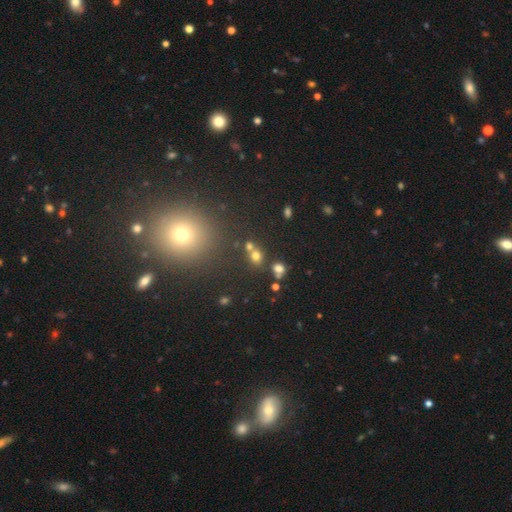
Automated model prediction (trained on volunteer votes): Q: Smooth or featured?
A: smooth (69%); runner-up: star or artifact (21%)
Q: How rounded?
A: round (70%); runner-up: in between (29%)
Q: Merging?
A: none (58%); runner-up: merger (28%)